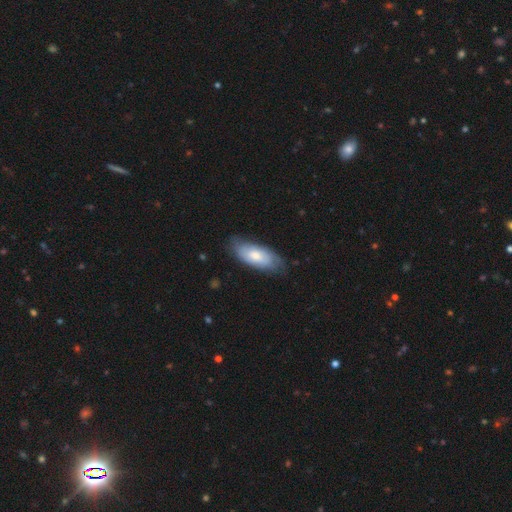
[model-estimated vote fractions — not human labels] Smooth or featured?
  - smooth: 57% *
  - featured or disk: 37%
  - star or artifact: 6%
How rounded?
  - in between: 83% *
  - cigar-shaped: 14%
  - round: 2%
Merging?
  - none: 72% *
  - minor disturbance: 22%
  - major disturbance: 5%
  - merger: 1%